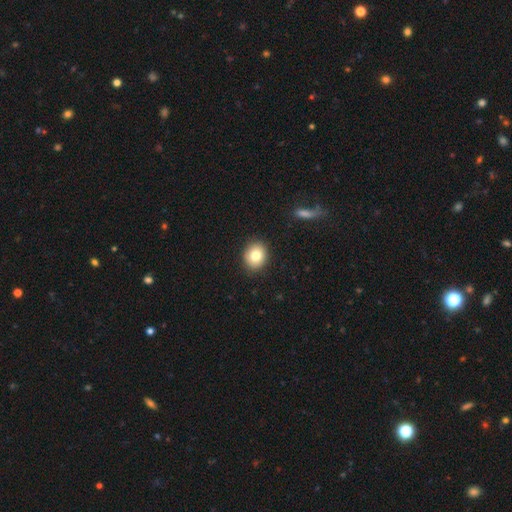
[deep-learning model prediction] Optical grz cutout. It shows a smooth galaxy with no disk features (80%) that is round (64%). Merging: none (89%).